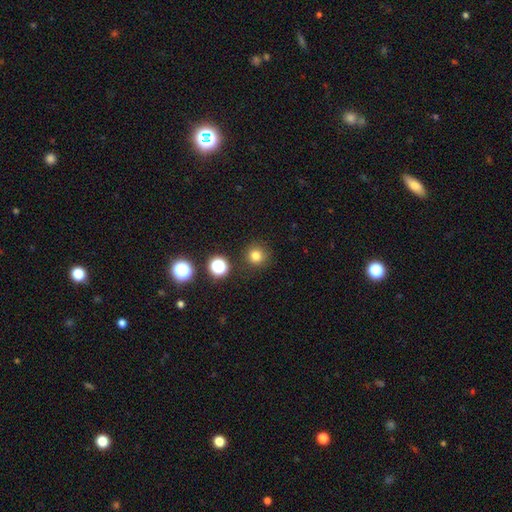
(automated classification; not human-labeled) Smooth or featured: smooth — 78% (star or artifact — 16%)
How rounded: round — 94% (in between — 5%)
Merging: none — 89% (minor disturbance — 7%)